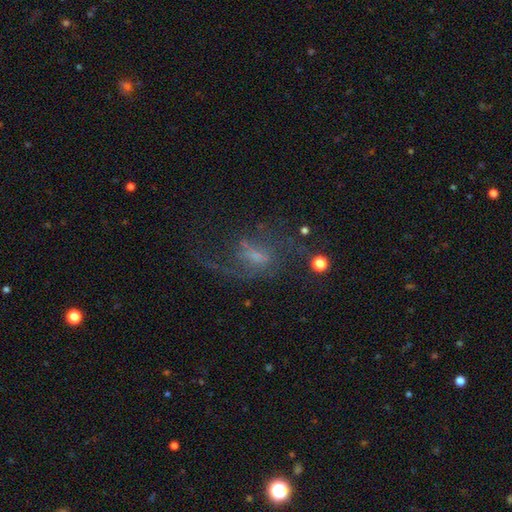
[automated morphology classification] Q: Smooth or featured?
A: featured or disk (69%); runner-up: smooth (17%)
Q: Edge-on disk?
A: no (95%); runner-up: yes (5%)
Q: Bar?
A: weak (49%); runner-up: no (36%)
Q: Spiral arms?
A: yes (82%); runner-up: no (18%)
Q: Spiral winding?
A: loose (61%); runner-up: medium (31%)
Q: Spiral arm count?
A: 2 (63%); runner-up: 1 (17%)
Q: Bulge size?
A: small (48%); runner-up: moderate (27%)
Q: Merging?
A: none (47%); runner-up: major disturbance (31%)